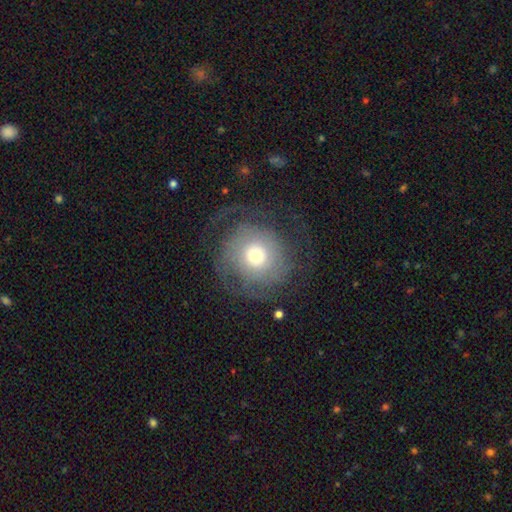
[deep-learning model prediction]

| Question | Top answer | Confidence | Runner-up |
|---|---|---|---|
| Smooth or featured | featured or disk | 60% | smooth (32%) |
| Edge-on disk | no | 97% | yes (3%) |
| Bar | no | 84% | weak (13%) |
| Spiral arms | yes | 80% | no (20%) |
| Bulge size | moderate | 56% | small (26%) |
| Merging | none | 61% | major disturbance (22%) |